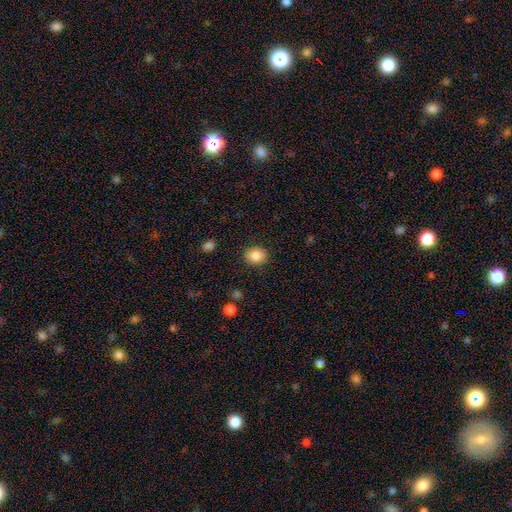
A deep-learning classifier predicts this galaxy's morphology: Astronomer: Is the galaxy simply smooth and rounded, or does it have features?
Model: smooth — 86%.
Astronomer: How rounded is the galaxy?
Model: round — 56% (runner-up: in between, 43%).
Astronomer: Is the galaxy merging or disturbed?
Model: none — 88%.